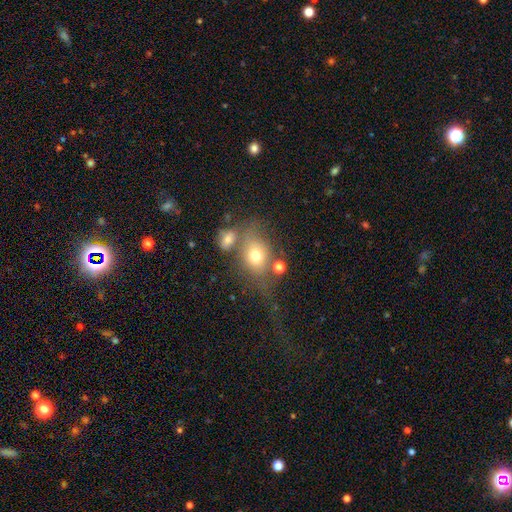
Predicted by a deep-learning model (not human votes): This appears to be a smooth galaxy with no disk features (69%) that is in between round and cigar-shaped (61%). Merging: none (43%).